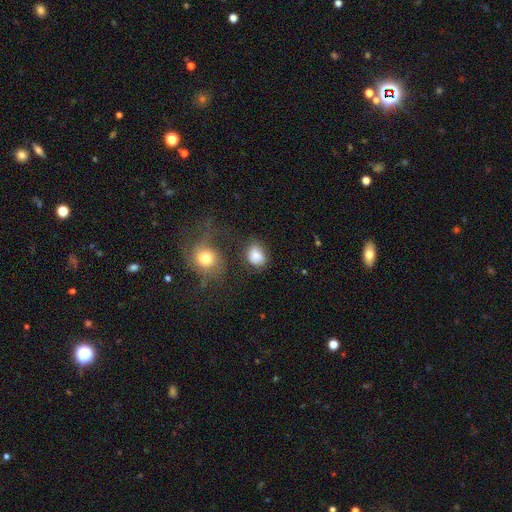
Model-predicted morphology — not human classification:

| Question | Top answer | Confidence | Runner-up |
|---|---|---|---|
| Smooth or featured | smooth | 81% | star or artifact (10%) |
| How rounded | in between | 58% | round (40%) |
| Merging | none | 54% | minor disturbance (22%) |